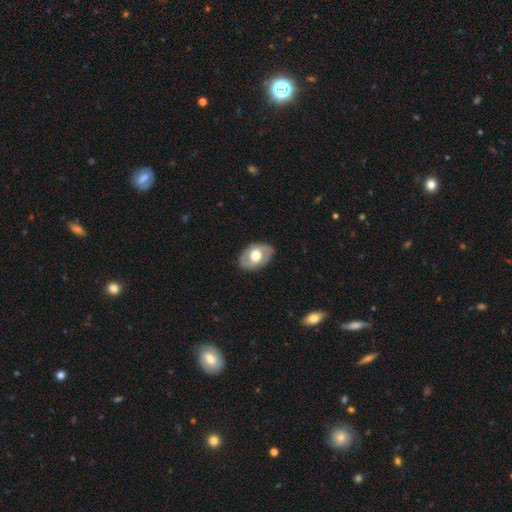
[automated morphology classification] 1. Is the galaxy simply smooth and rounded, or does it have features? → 47% featured or disk (tied), 47% smooth (tied), 6% star or artifact.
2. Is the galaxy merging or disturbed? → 84% none, 12% minor disturbance, 3% major disturbance, 1% merger.